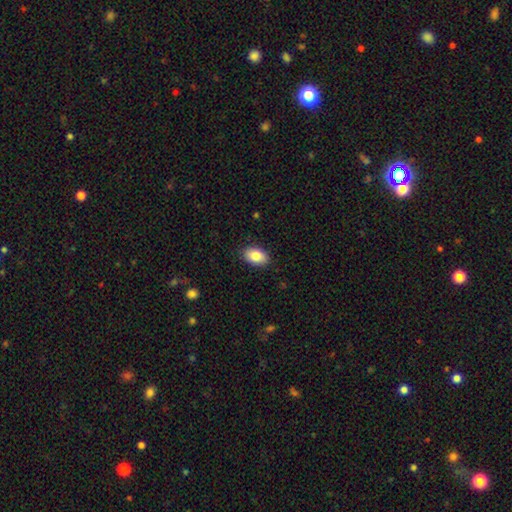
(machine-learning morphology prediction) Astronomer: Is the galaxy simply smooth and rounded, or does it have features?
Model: smooth — 84%.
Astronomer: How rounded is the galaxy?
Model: in between — 91%.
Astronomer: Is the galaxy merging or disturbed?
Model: none — 88%.